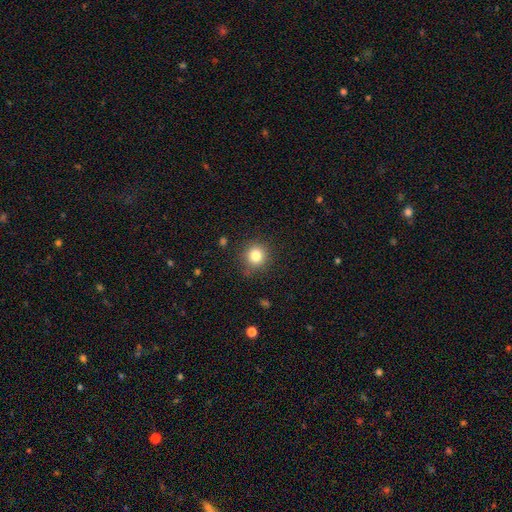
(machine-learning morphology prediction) Smooth or featured: smooth — 82% (star or artifact — 12%)
How rounded: round — 91% (in between — 8%)
Merging: none — 86% (minor disturbance — 10%)